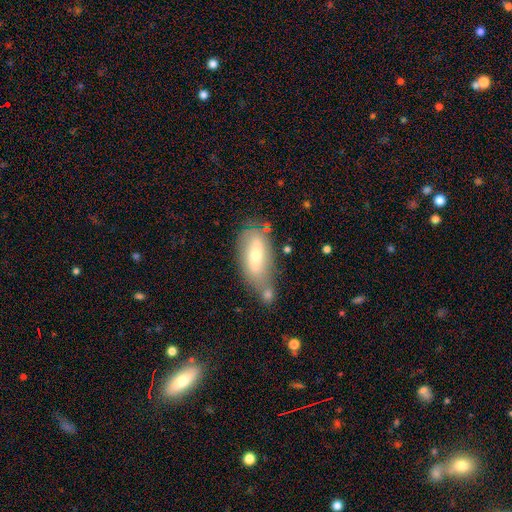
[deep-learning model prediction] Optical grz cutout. It shows a smooth galaxy with no disk features (55%) that is in between round and cigar-shaped (82%). Merging: none (49%).